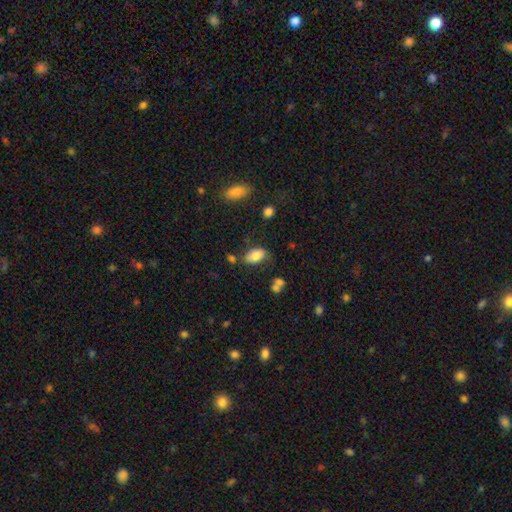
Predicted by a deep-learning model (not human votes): A smooth galaxy with no disk features (81%) that is in between round and cigar-shaped (92%).

Vote fractions:
- Smooth or featured? smooth: 81% / featured or disk: 11% / star or artifact: 8%
- How rounded? in between: 92% / round: 6% / cigar-shaped: 2%
- Merging? none: 70% / minor disturbance: 18% / merger: 7% / major disturbance: 5%